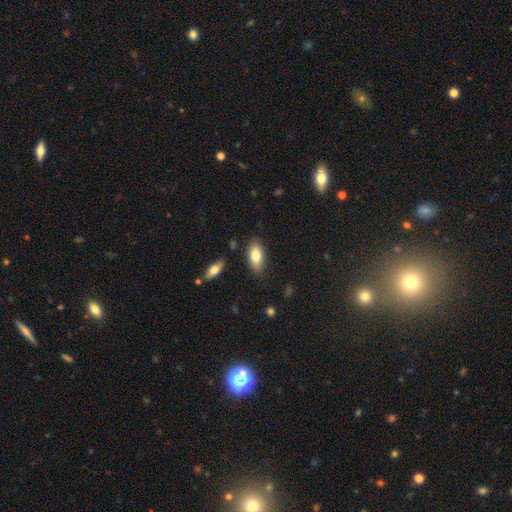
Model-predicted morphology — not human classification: A smooth galaxy with no disk features (81%) that is in between round and cigar-shaped (90%).

Vote fractions:
- Smooth or featured? smooth: 81% / featured or disk: 12% / star or artifact: 7%
- How rounded? in between: 90% / cigar-shaped: 7% / round: 3%
- Merging? none: 82% / minor disturbance: 13% / merger: 3% / major disturbance: 3%